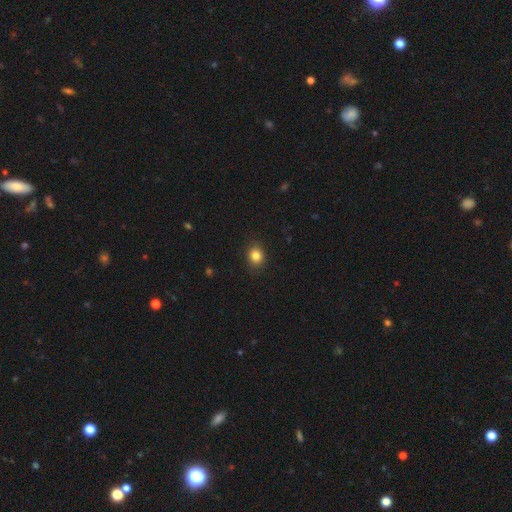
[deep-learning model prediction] Smooth or featured? smooth (84%)
How rounded? round (66%)
Merging? none (88%)